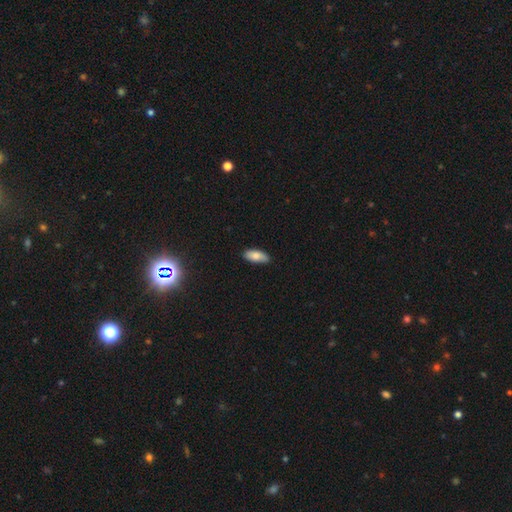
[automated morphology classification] type=smooth (81%); roundness=in between (84%); merging=none (82%).